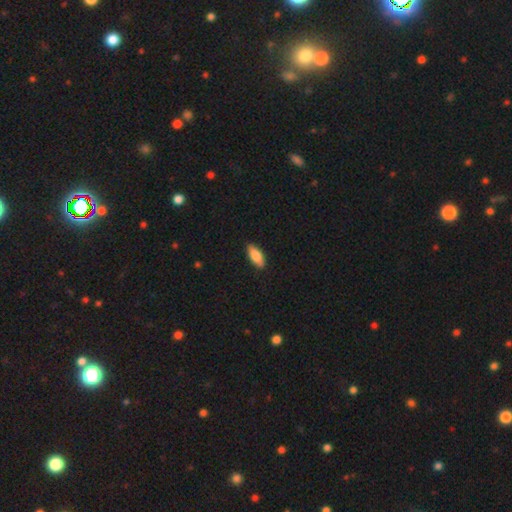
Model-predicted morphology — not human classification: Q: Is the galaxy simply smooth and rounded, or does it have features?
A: smooth — 81%.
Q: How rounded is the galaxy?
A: in between — 78%.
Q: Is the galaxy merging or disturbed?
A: none — 87%.